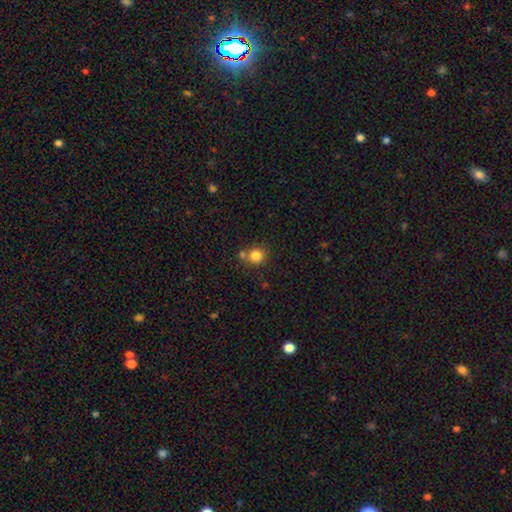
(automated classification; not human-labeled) smooth_or_featured: smooth (p=0.82) [alt: star or artifact p=0.11]
how_rounded: round (p=0.85) [alt: in between p=0.15]
merging: none (p=0.62) [alt: merger p=0.24]